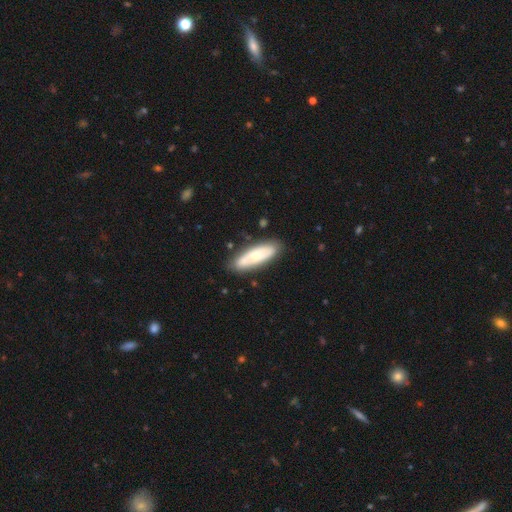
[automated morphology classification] A smooth galaxy with no disk features (52%) that is in between round and cigar-shaped (57%). Merging: none (81%).